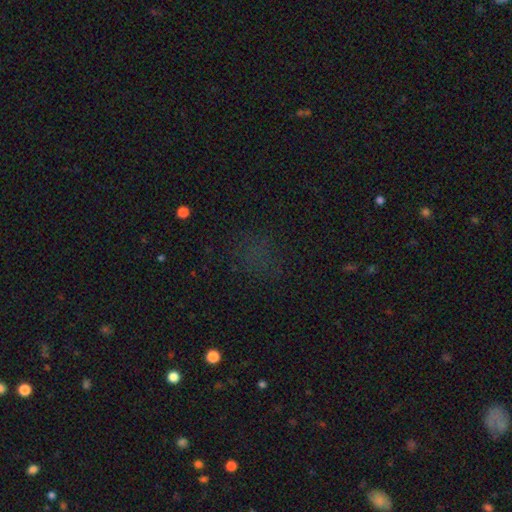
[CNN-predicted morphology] smooth_or_featured: star or artifact (p=0.51) [alt: smooth p=0.38]